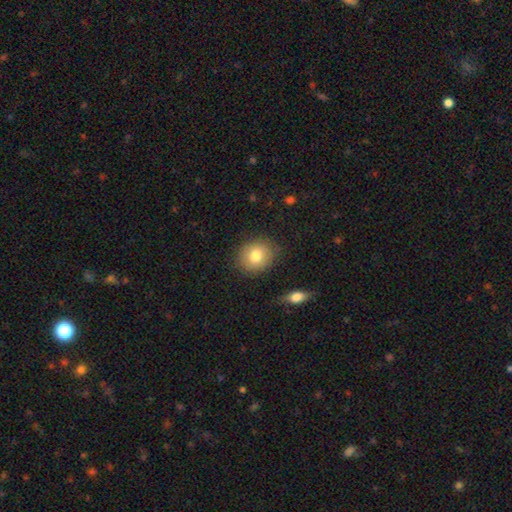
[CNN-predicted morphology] The model was most divided on "how rounded": round: 72%, in between: 27%, cigar-shaped: 1%. More confident: merging — none (85%); smooth or featured — smooth (80%).